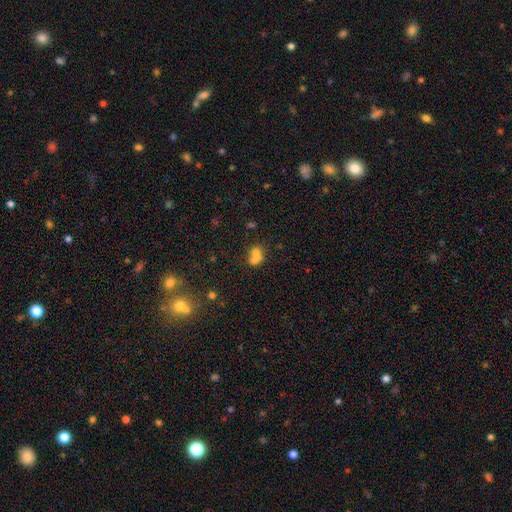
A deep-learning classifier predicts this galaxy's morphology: smooth-or-featured: smooth: 64% | featured or disk: 21% | star or artifact: 15%
  how-rounded: round: 67% | in between: 32% | cigar-shaped: 1%
  merging: merger: 65% | none: 25% | minor disturbance: 6% | major disturbance: 4%